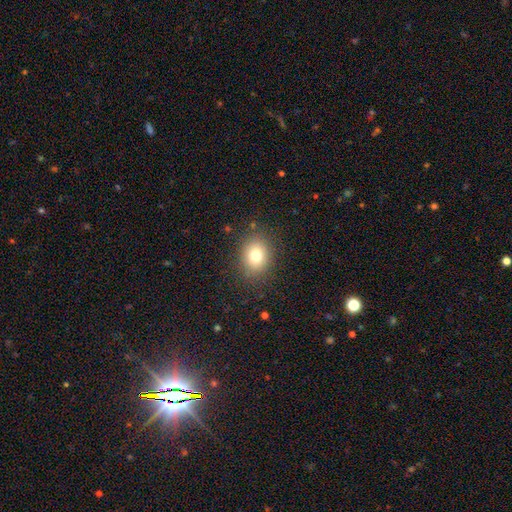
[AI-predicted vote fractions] The model was most divided on "how rounded": round: 55%, in between: 45%, cigar-shaped: 1%. More confident: merging — none (86%); smooth or featured — smooth (77%).